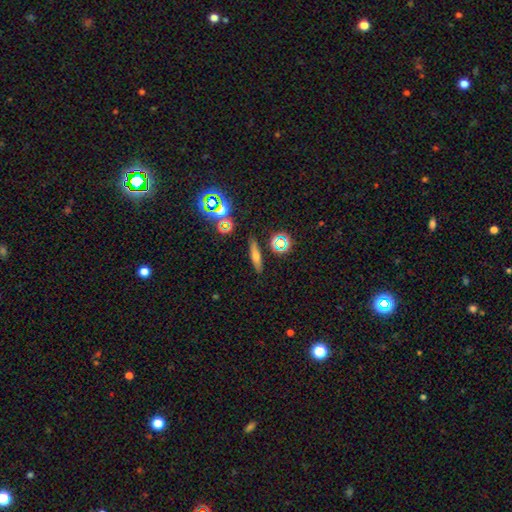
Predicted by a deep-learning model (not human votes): A smooth galaxy with no disk features (56%) that is cigar-shaped (72%). Merging: none (85%).